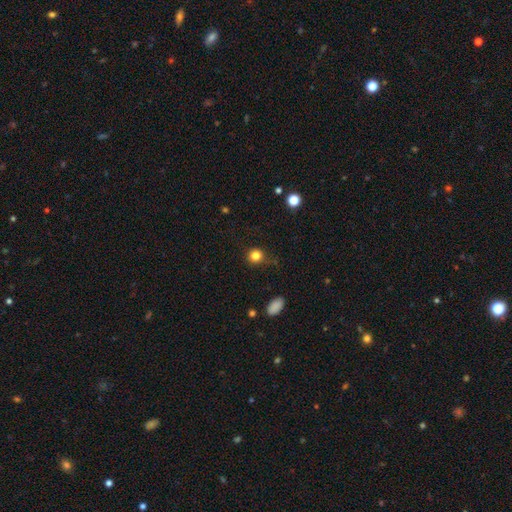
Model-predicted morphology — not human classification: Smooth or featured? smooth (82%)
How rounded? round (89%)
Merging? none (80%)